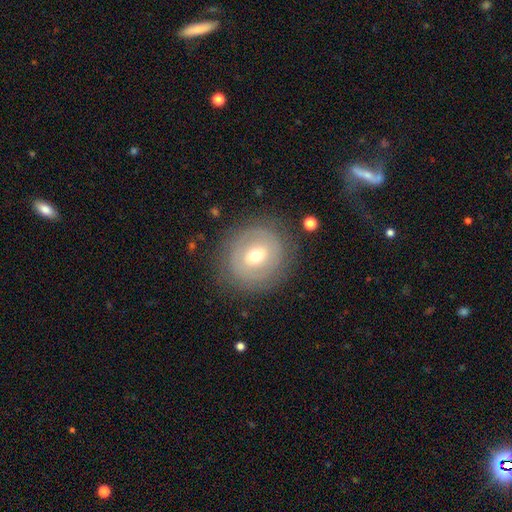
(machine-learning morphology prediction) featured or disk 47%, smooth 44%, star or artifact 9%. Down the decision tree: merging — none (80%).